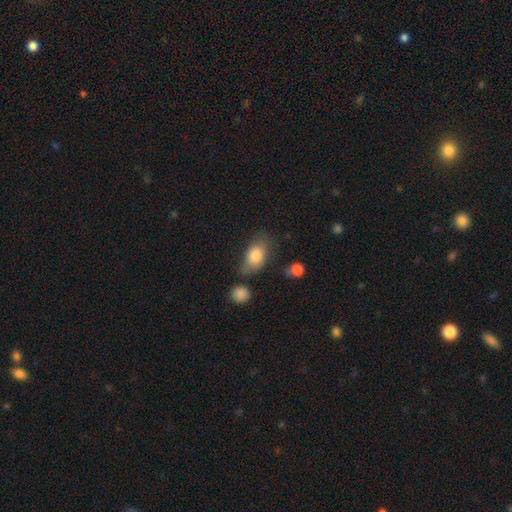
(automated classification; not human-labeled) Smooth or featured?
  - smooth: 81% *
  - featured or disk: 12%
  - star or artifact: 8%
How rounded?
  - in between: 85% *
  - round: 13%
  - cigar-shaped: 2%
Merging?
  - none: 56% *
  - minor disturbance: 26%
  - major disturbance: 10%
  - merger: 9%